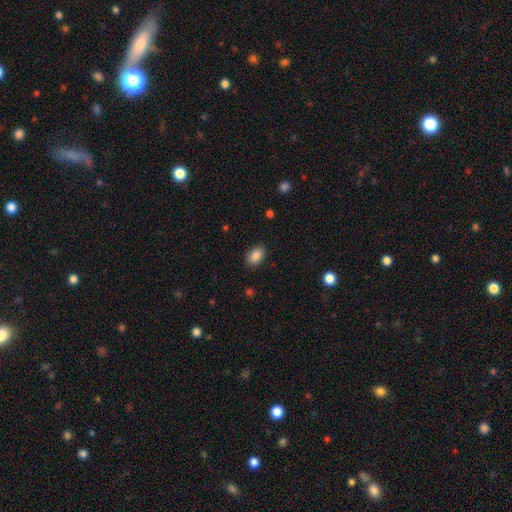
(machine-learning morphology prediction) A smooth galaxy with no disk features (87%) that is in between round and cigar-shaped (83%).

Vote fractions:
- Smooth or featured? smooth: 87% / star or artifact: 9% / featured or disk: 4%
- How rounded? in between: 83% / round: 16% / cigar-shaped: 1%
- Merging? none: 87% / minor disturbance: 9% / major disturbance: 3% / merger: 1%